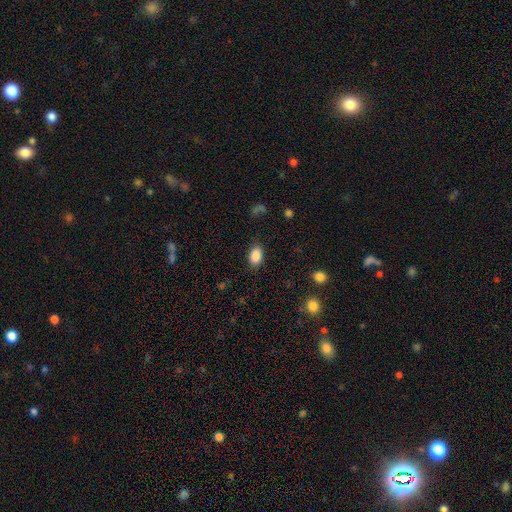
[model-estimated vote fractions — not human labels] The model was most divided on "merging": none: 84%, minor disturbance: 11%, major disturbance: 3%, merger: 1%. More confident: smooth or featured — smooth (88%); how rounded — in between (86%).